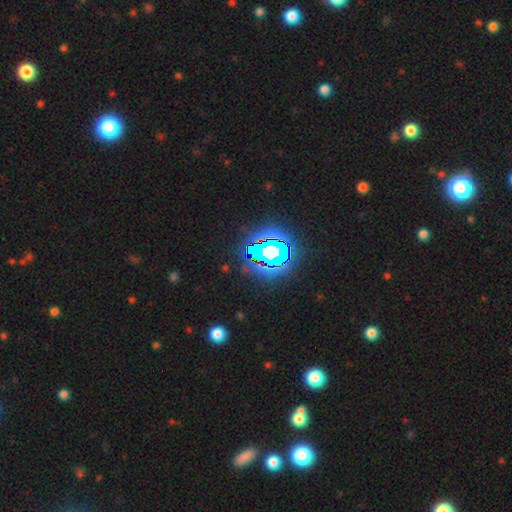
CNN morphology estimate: smooth-or-featured: star or artifact: 81% | smooth: 11% | featured or disk: 7%